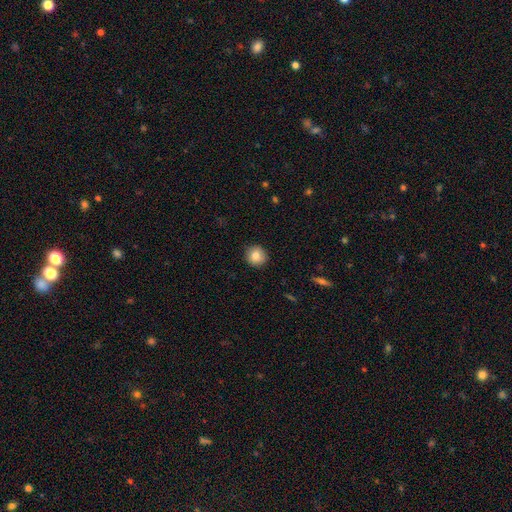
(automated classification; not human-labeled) Smooth or featured? smooth (83%)
How rounded? round (93%)
Merging? none (91%)